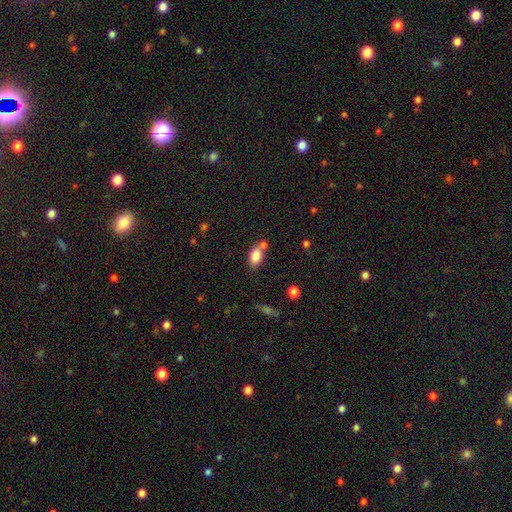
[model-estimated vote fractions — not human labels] Smooth or featured?
  - smooth: 81% *
  - featured or disk: 10%
  - star or artifact: 9%
How rounded?
  - in between: 85% *
  - round: 12%
  - cigar-shaped: 3%
Merging?
  - none: 56% *
  - merger: 27%
  - minor disturbance: 14%
  - major disturbance: 4%